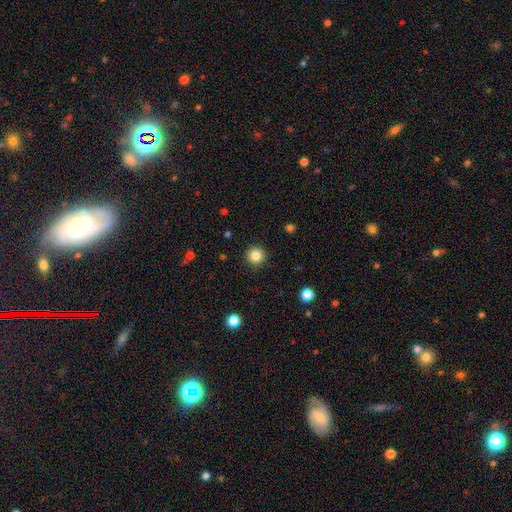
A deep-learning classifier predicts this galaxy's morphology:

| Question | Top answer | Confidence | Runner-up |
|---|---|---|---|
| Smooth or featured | smooth | 84% | star or artifact (11%) |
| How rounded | round | 96% | in between (4%) |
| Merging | none | 92% | minor disturbance (5%) |